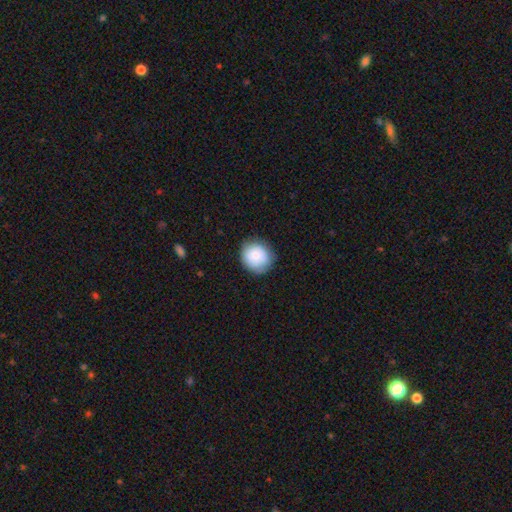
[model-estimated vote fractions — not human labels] The model was most divided on "merging": none: 80%, minor disturbance: 16%, major disturbance: 3%, merger: 1%. More confident: how rounded — round (86%); smooth or featured — smooth (83%).